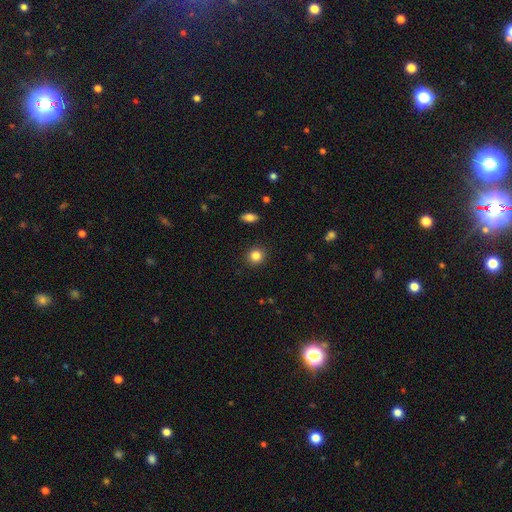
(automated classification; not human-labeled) Smooth or featured? Predicted: smooth (p=0.84). How rounded? Predicted: round (p=0.90). Merging? Predicted: none (p=0.92).